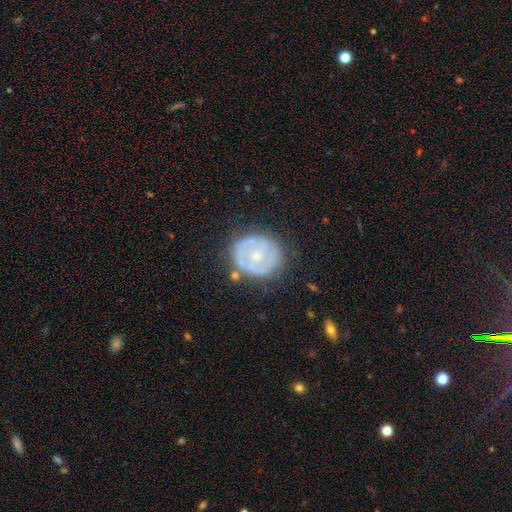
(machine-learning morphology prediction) The model was most divided on "bulge size": small: 52%, moderate: 39%, none: 5%, large: 2%, dominant: 1%. More confident: edge-on disk — no (97%); merging — none (69%); bar — no (69%); smooth or featured — featured or disk (66%); spiral arms — yes (58%).